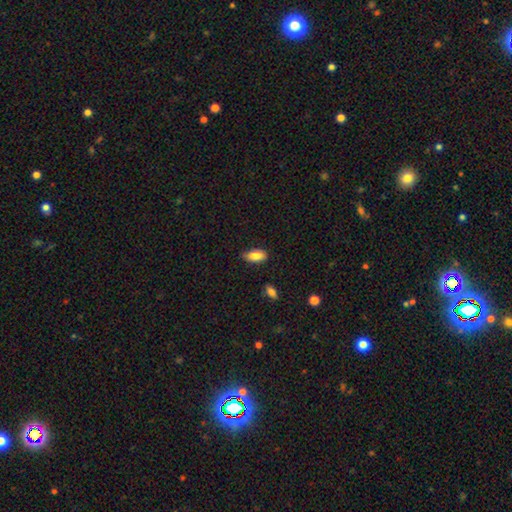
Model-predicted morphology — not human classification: smooth_or_featured: smooth (p=0.83) [alt: featured or disk p=0.09]
how_rounded: in between (p=0.91) [alt: cigar-shaped p=0.06]
merging: none (p=0.75) [alt: minor disturbance p=0.21]